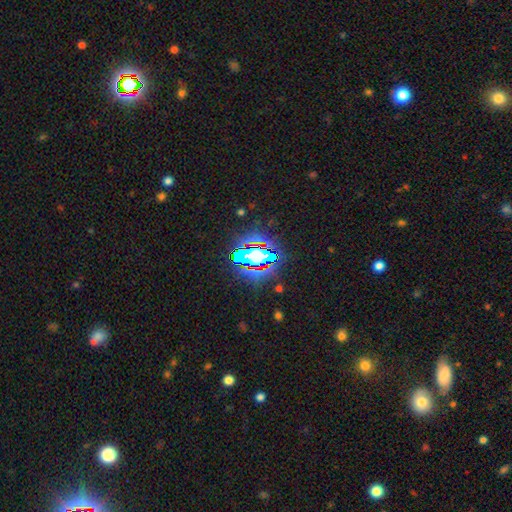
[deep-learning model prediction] The model was most divided on "smooth or featured": star or artifact: 63%, smooth: 24%, featured or disk: 14%.